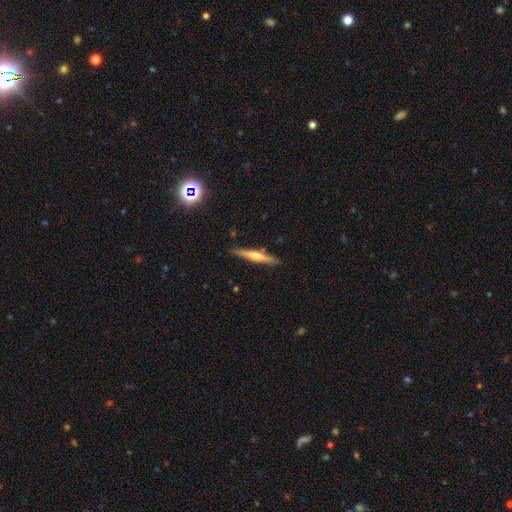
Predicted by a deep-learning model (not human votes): A featured or disk galaxy (60%) viewed edge-on (97%) with a rounded central bulge (83%). Merging: none (89%).